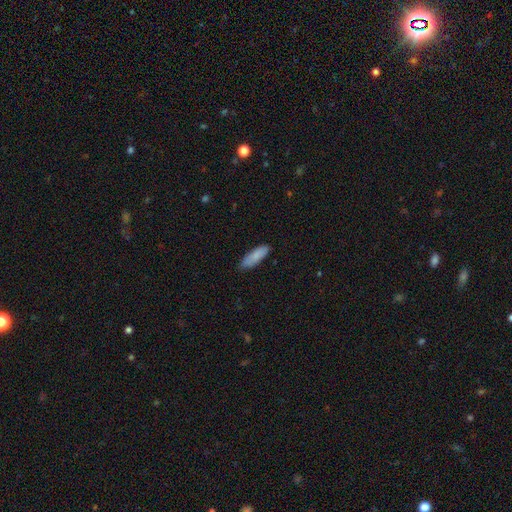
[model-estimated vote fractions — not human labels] Smooth or featured? Predicted: smooth (p=0.85). How rounded? Predicted: in between (p=0.55). Merging? Predicted: none (p=0.81).